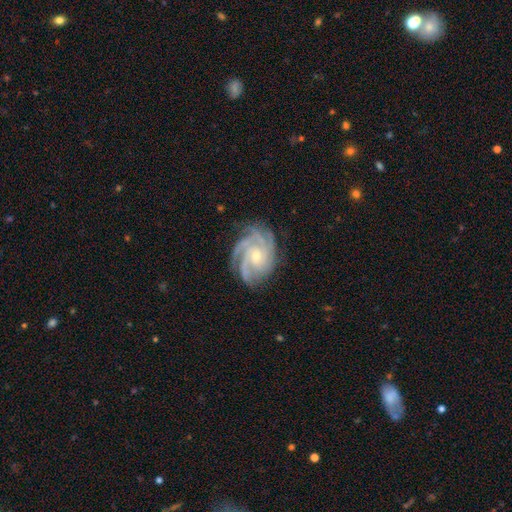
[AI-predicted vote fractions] Smooth or featured? featured or disk (90%)
Edge-on disk? no (97%)
Bar? no (66%)
Spiral arms? yes (98%)
Spiral winding? tight (68%)
Spiral arm count? 4 (38%)
Bulge size? small (56%)
Merging? none (77%)